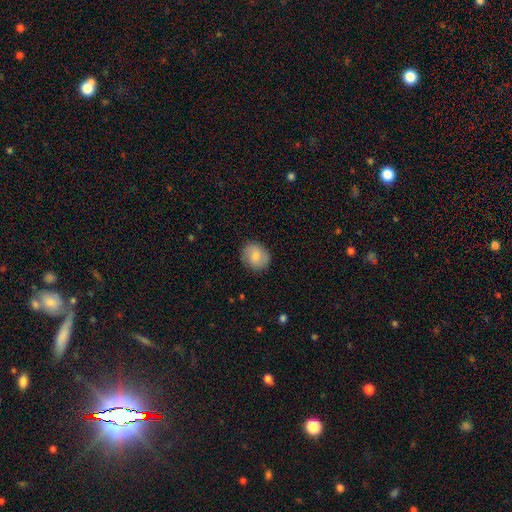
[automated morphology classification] type=smooth (71%); roundness=round (79%); merging=none (86%).